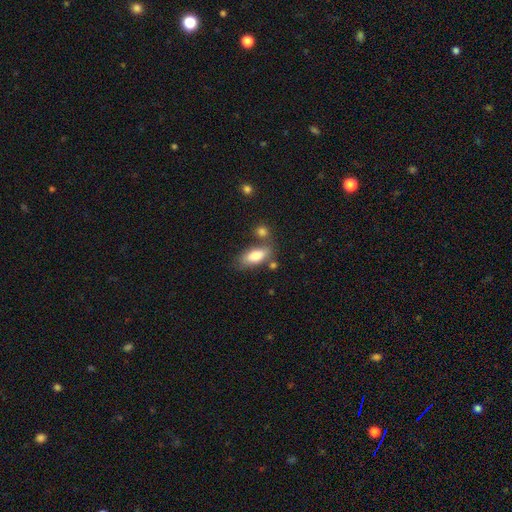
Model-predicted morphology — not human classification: smooth 79%, featured or disk 15%, star or artifact 7%. Down the decision tree: how rounded — in between (83%); merging — none (62%).